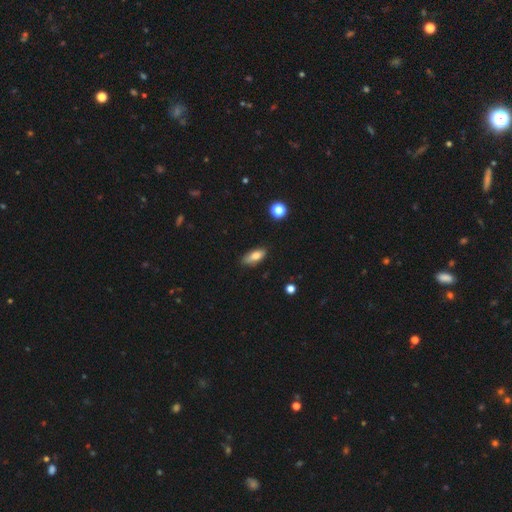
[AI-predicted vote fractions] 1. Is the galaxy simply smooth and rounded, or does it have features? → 77% smooth, 15% featured or disk, 8% star or artifact.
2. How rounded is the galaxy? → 78% in between, 18% cigar-shaped, 3% round.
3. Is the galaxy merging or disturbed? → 78% none, 17% minor disturbance, 3% major disturbance, 2% merger.